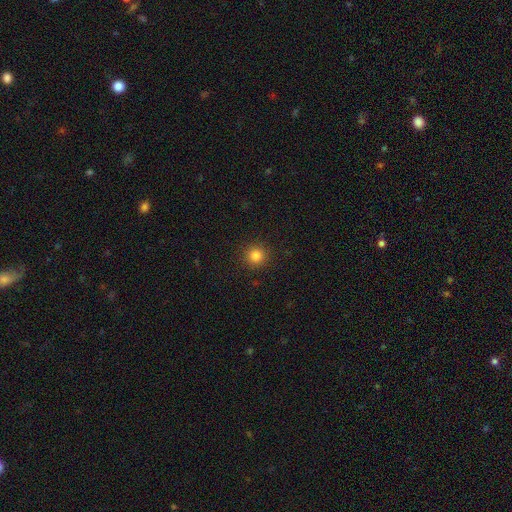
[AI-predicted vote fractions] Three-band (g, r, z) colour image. It shows a smooth galaxy with no disk features (83%) that is round (95%). Merging: none (92%).